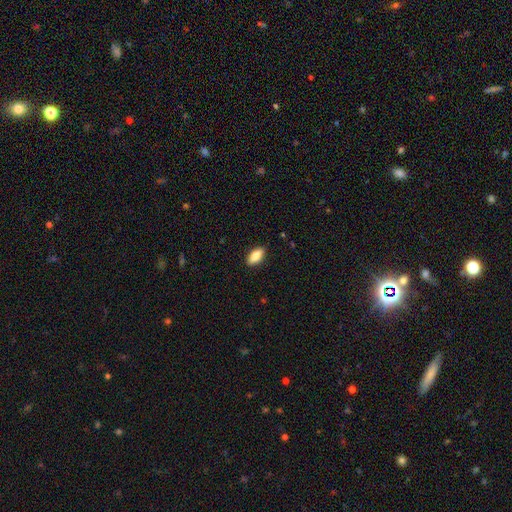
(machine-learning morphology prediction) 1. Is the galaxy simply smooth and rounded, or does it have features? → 81% smooth, 12% featured or disk, 7% star or artifact.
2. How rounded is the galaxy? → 87% in between, 10% cigar-shaped, 3% round.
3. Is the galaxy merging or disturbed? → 89% none, 8% minor disturbance, 2% major disturbance, 1% merger.